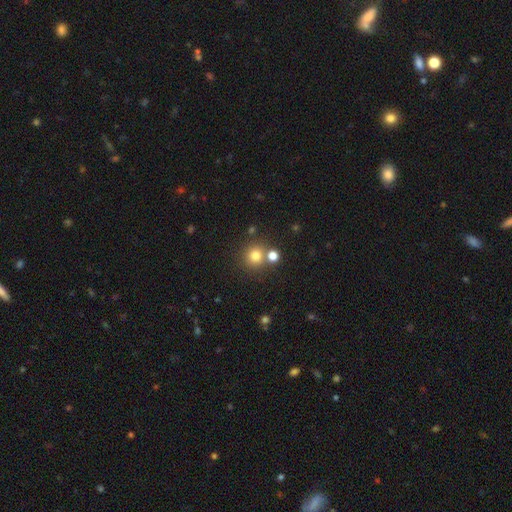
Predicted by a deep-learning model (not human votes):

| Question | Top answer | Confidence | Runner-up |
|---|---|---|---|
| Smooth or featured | smooth | 78% | star or artifact (15%) |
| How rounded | round | 90% | in between (9%) |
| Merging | none | 71% | merger (18%) |